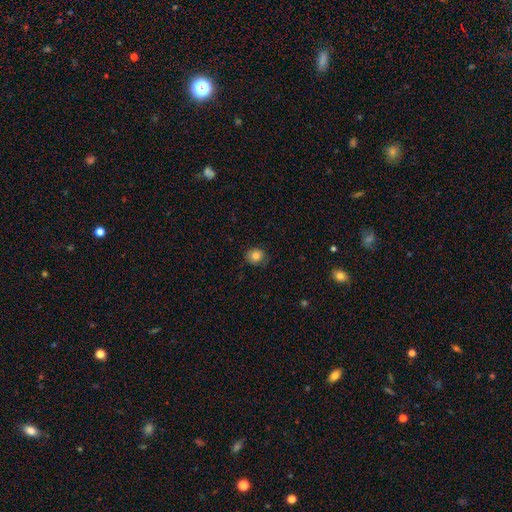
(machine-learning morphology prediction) A smooth galaxy with no disk features (82%) that is round (78%).

Vote fractions:
- Smooth or featured? smooth: 82% / star or artifact: 10% / featured or disk: 8%
- How rounded? round: 78% / in between: 21% / cigar-shaped: 1%
- Merging? none: 78% / minor disturbance: 18% / major disturbance: 4% / merger: 1%